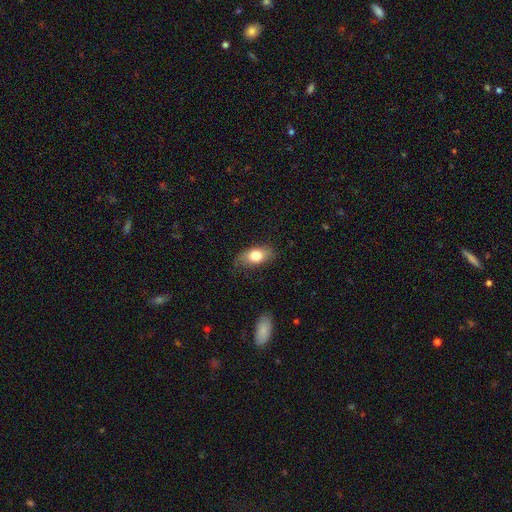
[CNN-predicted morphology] A smooth galaxy with no disk features (75%) that is in between round and cigar-shaped (86%). Merging: none (74%).